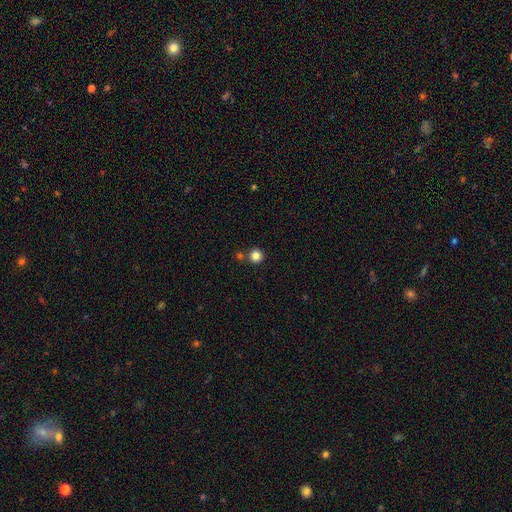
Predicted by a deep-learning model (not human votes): A smooth galaxy with no disk features (84%) that is round (95%). Merging: none (82%).